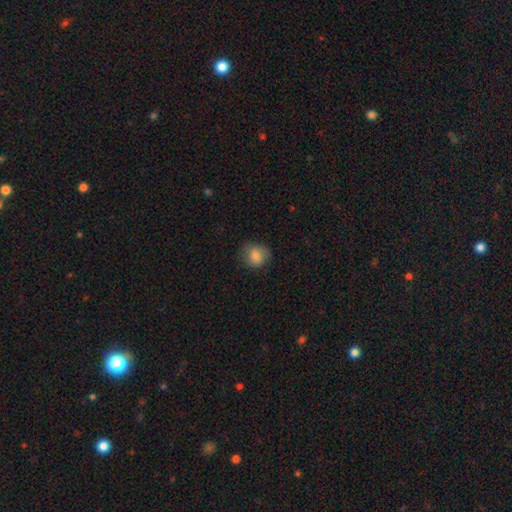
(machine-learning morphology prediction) The model was most divided on "how rounded": round: 77%, in between: 22%, cigar-shaped: 1%. More confident: smooth or featured — smooth (79%); merging — none (78%).